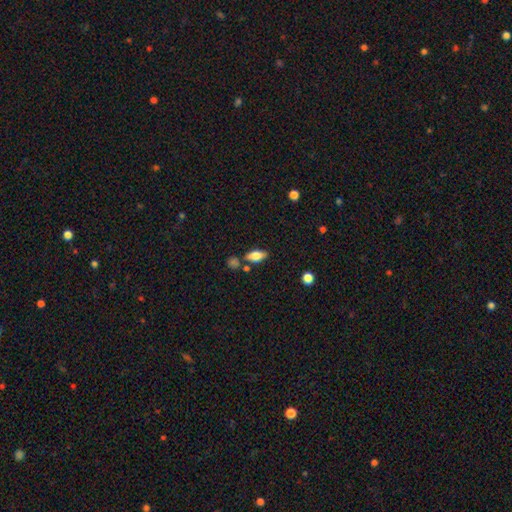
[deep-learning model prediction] Q: Smooth or featured?
A: smooth (71%); runner-up: featured or disk (21%)
Q: How rounded?
A: in between (82%); runner-up: cigar-shaped (14%)
Q: Merging?
A: none (73%); runner-up: minor disturbance (14%)